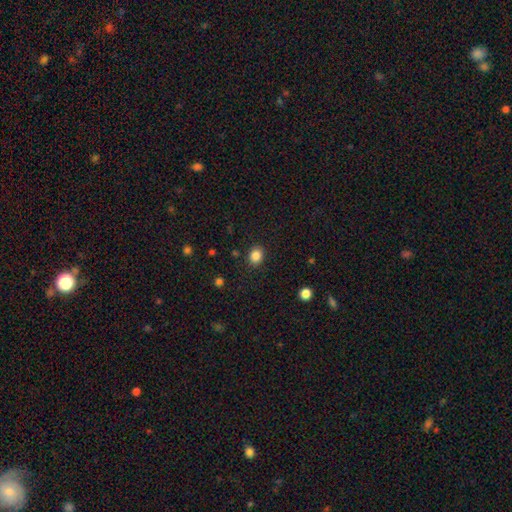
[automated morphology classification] Q: Smooth or featured?
A: smooth (85%); runner-up: star or artifact (10%)
Q: How rounded?
A: round (56%); runner-up: in between (43%)
Q: Merging?
A: none (88%); runner-up: minor disturbance (8%)